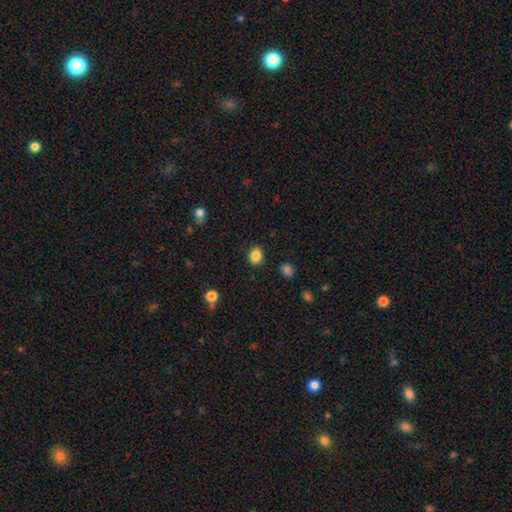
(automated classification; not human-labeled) Smooth or featured: smooth — 86% (star or artifact — 9%)
How rounded: in between — 60% (round — 39%)
Merging: none — 87% (minor disturbance — 9%)